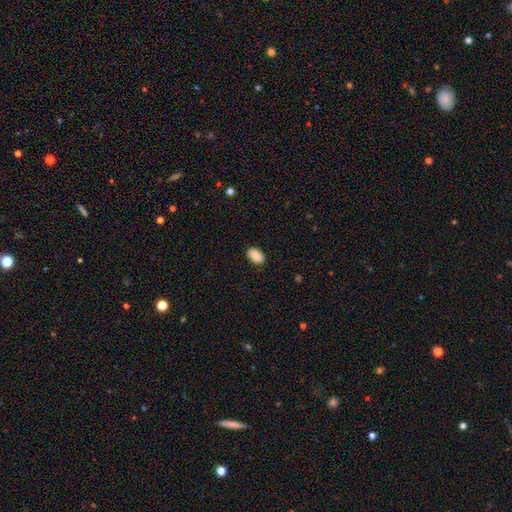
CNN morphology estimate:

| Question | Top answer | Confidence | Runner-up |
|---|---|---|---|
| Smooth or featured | smooth | 83% | featured or disk (10%) |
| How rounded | in between | 91% | round (8%) |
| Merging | none | 88% | minor disturbance (9%) |